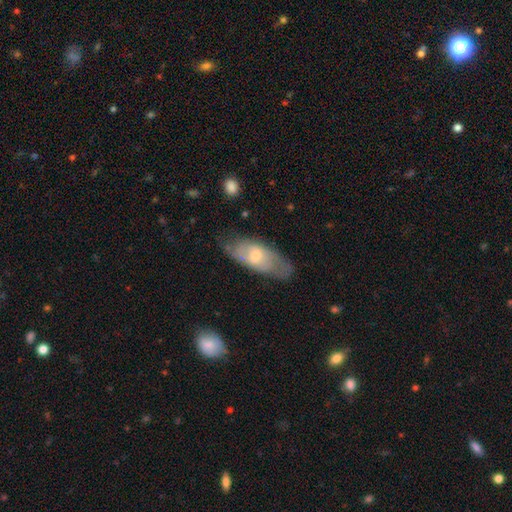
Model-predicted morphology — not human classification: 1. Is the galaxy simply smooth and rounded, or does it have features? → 51% featured or disk, 42% smooth, 7% star or artifact.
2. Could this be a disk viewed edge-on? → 82% no, 18% yes.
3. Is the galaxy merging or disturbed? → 67% none, 24% minor disturbance, 7% major disturbance, 2% merger.